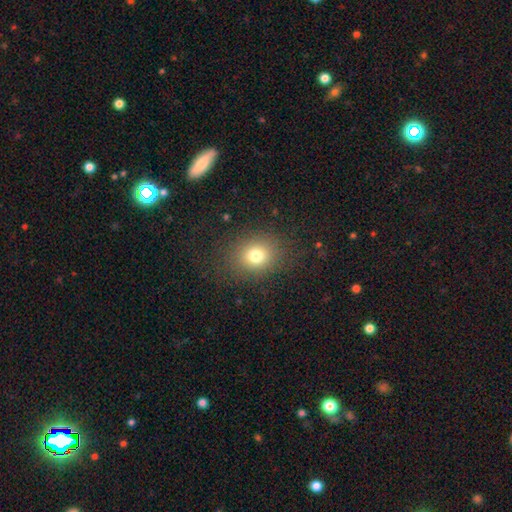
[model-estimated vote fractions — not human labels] Smooth or featured? Predicted: smooth (p=0.76). How rounded? Predicted: round (p=0.65). Merging? Predicted: none (p=0.85).